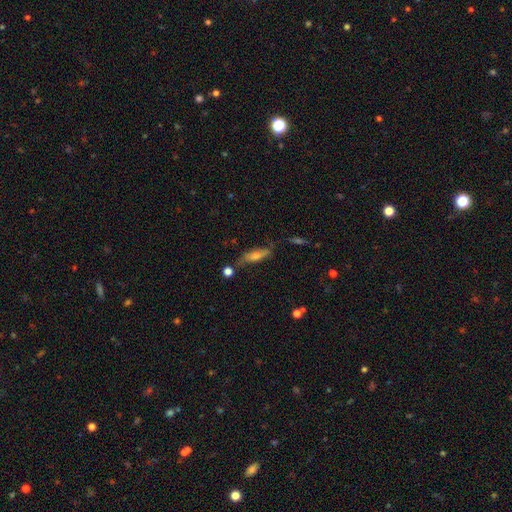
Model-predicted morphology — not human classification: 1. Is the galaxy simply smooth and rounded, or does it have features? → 43% smooth (tied), 43% featured or disk (tied), 13% star or artifact.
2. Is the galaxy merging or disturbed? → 65% none, 20% minor disturbance, 8% major disturbance, 7% merger.